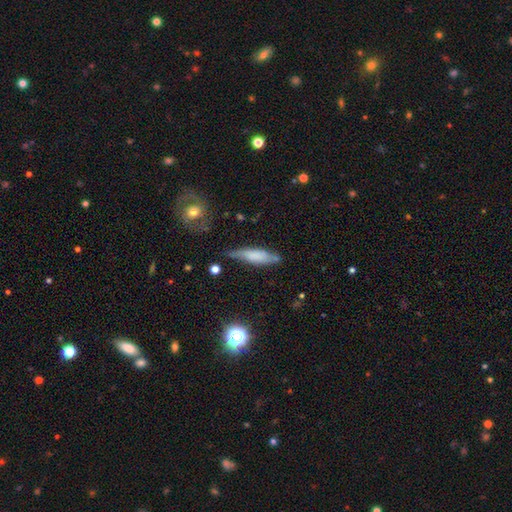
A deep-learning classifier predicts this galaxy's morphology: smooth 64%, featured or disk 28%, star or artifact 8%. Down the decision tree: how rounded — cigar-shaped (68%); merging — none (65%).